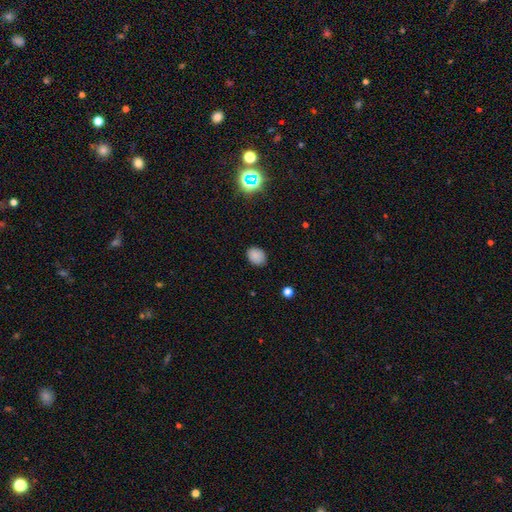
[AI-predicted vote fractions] Morphology: type=smooth (83%); roundness=in between (61%); merging=none (84%).